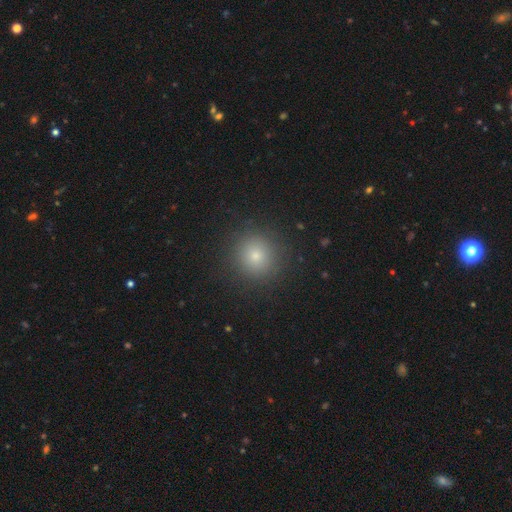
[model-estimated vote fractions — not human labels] Smooth or featured?
  - smooth: 77% *
  - star or artifact: 15%
  - featured or disk: 8%
How rounded?
  - round: 92% *
  - in between: 7%
  - cigar-shaped: 1%
Merging?
  - none: 89% *
  - minor disturbance: 7%
  - major disturbance: 3%
  - merger: 1%